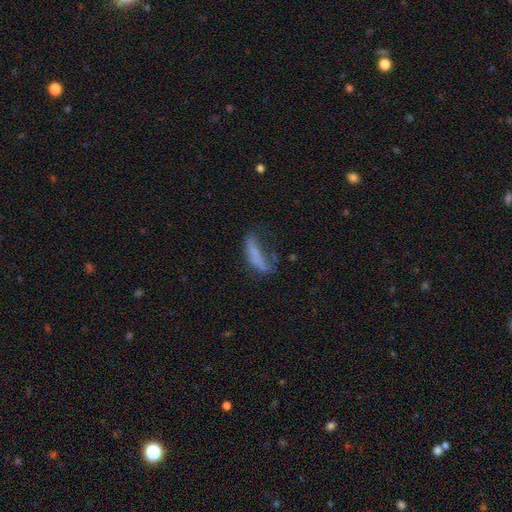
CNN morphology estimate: The model was most divided on "merging": major disturbance: 37%, none: 31%, minor disturbance: 24%, merger: 8%. More confident: how rounded — cigar-shaped (61%); smooth or featured — smooth (60%).